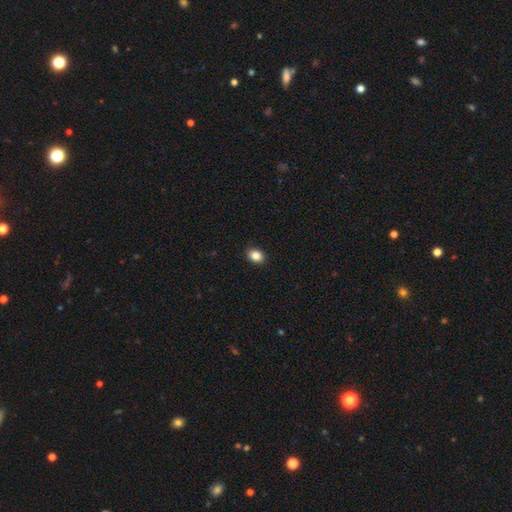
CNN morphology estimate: This appears to be a smooth galaxy with no disk features (86%) that is in between round and cigar-shaped (56%). Merging: none (91%).